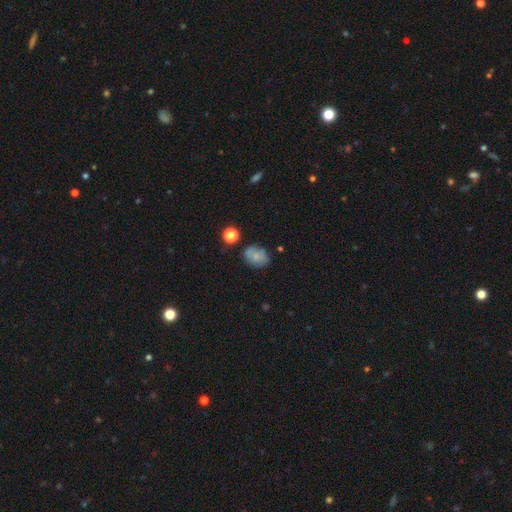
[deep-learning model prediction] Smooth or featured: smooth — 66% (featured or disk — 23%)
How rounded: in between — 59% (round — 40%)
Merging: none — 63% (minor disturbance — 22%)